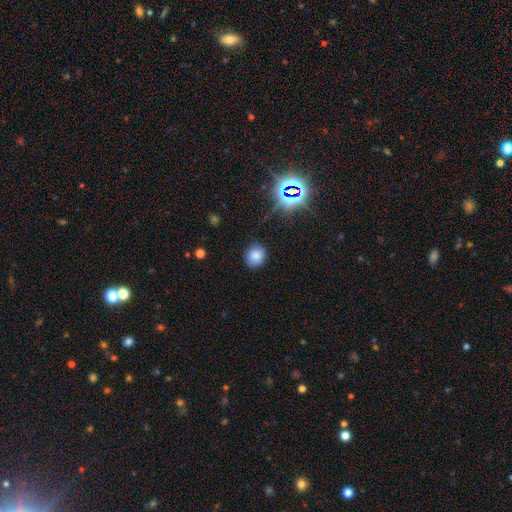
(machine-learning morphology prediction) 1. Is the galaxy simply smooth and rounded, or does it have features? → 78% smooth, 16% star or artifact, 6% featured or disk.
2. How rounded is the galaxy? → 79% round, 19% in between, 1% cigar-shaped.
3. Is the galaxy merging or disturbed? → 85% none, 11% minor disturbance, 3% major disturbance, 1% merger.